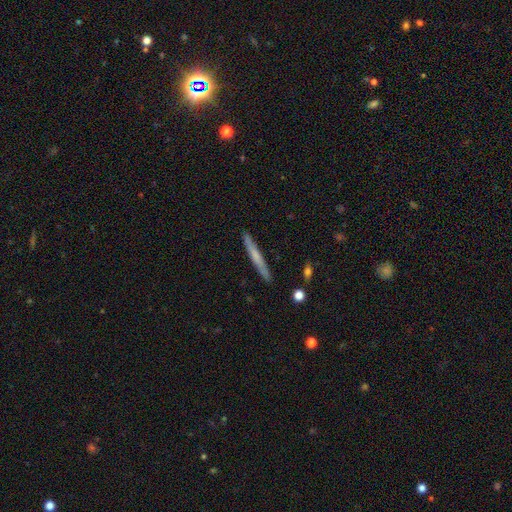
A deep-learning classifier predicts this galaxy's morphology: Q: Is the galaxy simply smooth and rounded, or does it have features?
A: smooth — 49%.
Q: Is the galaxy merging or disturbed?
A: none — 90%.